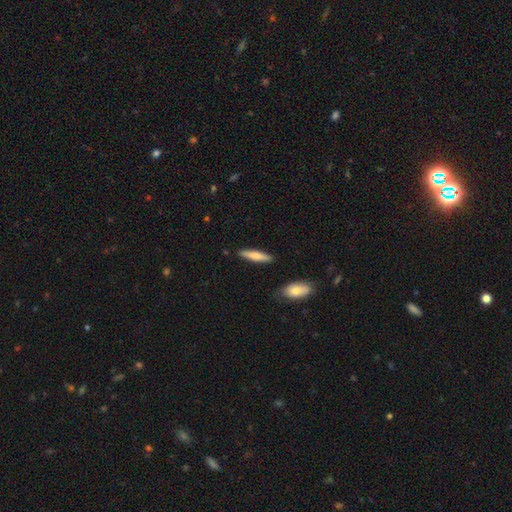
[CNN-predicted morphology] Smooth or featured?
  - smooth: 65% *
  - featured or disk: 30%
  - star or artifact: 5%
How rounded?
  - cigar-shaped: 81% *
  - in between: 17%
  - round: 2%
Merging?
  - none: 87% *
  - minor disturbance: 8%
  - merger: 3%
  - major disturbance: 2%